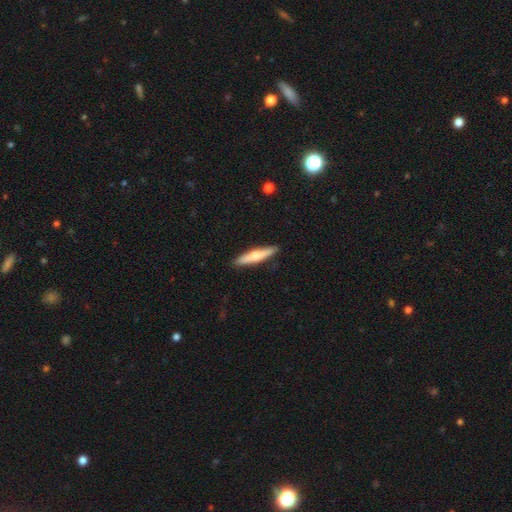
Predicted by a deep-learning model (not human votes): Overall: smooth (51%; featured or disk 43%). How rounded: cigar-shaped (87%). Merging: none (90%).